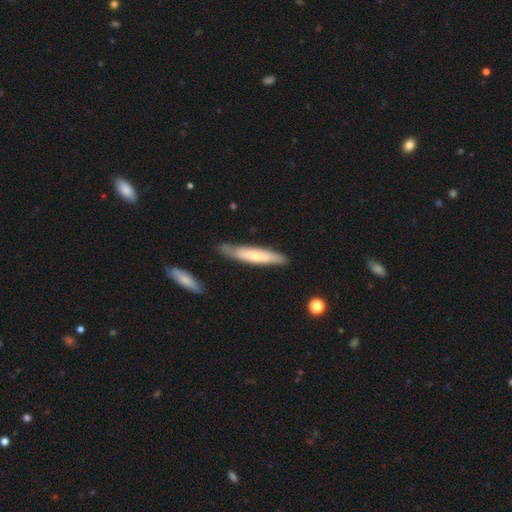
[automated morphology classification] The model was most divided on "smooth or featured": smooth: 57%, featured or disk: 38%, star or artifact: 5%. More confident: how rounded — cigar-shaped (86%); merging — none (79%).